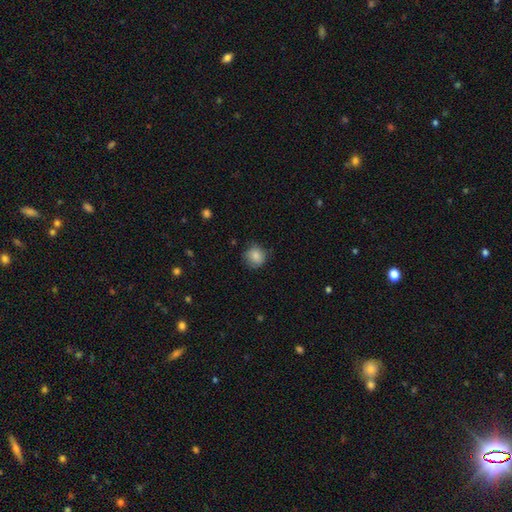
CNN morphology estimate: A smooth galaxy with no disk features (85%) that is round (86%).

Vote fractions:
- Smooth or featured? smooth: 85% / star or artifact: 8% / featured or disk: 7%
- How rounded? round: 86% / in between: 13% / cigar-shaped: 1%
- Merging? none: 74% / minor disturbance: 20% / major disturbance: 5% / merger: 1%